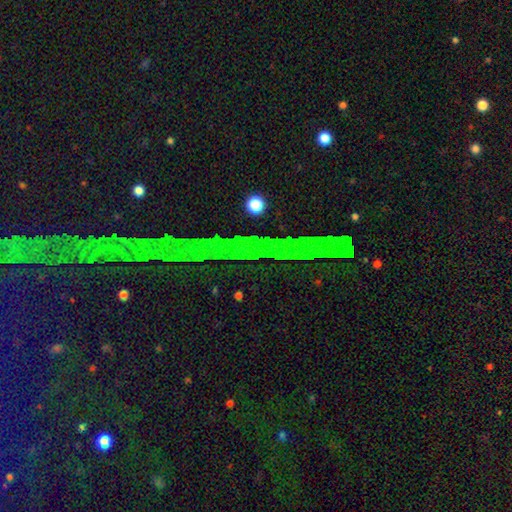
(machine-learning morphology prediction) Q: Smooth or featured?
A: star or artifact (85%); runner-up: featured or disk (8%)